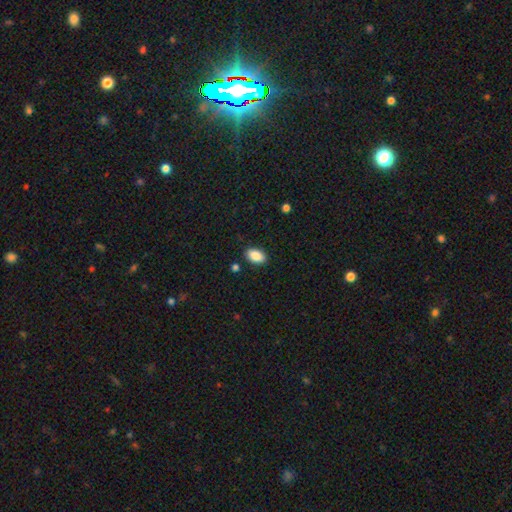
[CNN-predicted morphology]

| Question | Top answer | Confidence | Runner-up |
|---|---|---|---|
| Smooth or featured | smooth | 88% | star or artifact (7%) |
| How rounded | in between | 93% | round (6%) |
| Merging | none | 88% | minor disturbance (8%) |